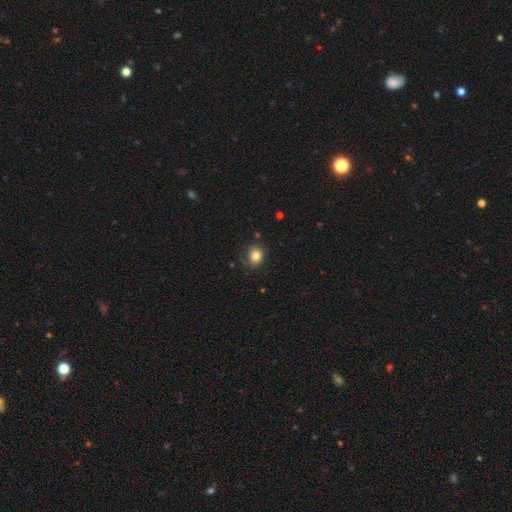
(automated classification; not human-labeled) smooth_or_featured: smooth (p=0.81) [alt: star or artifact p=0.10]
how_rounded: round (p=0.68) [alt: in between p=0.31]
merging: none (p=0.68) [alt: minor disturbance p=0.22]